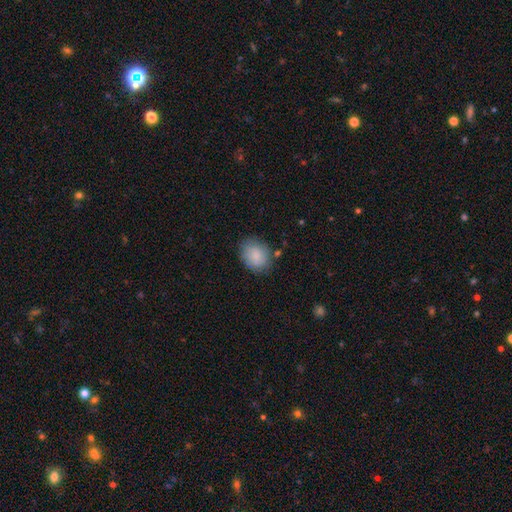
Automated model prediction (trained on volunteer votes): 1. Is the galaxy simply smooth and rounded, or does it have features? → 85% smooth, 8% featured or disk, 7% star or artifact.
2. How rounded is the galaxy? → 52% round, 47% in between, 1% cigar-shaped.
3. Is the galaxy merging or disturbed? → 77% none, 16% minor disturbance, 4% major disturbance, 3% merger.